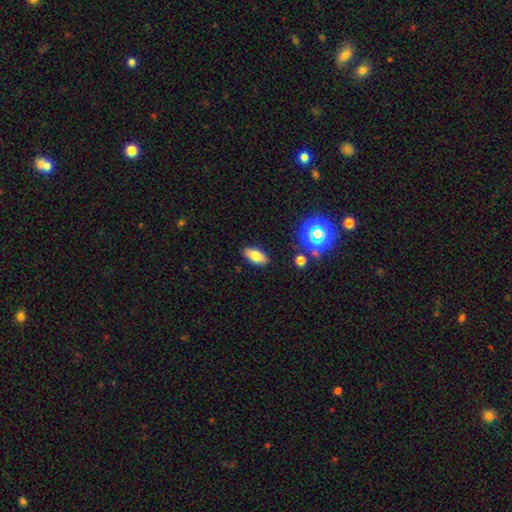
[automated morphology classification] smooth 74%, featured or disk 13%, star or artifact 13%. Down the decision tree: how rounded — in between (87%); merging — none (87%).